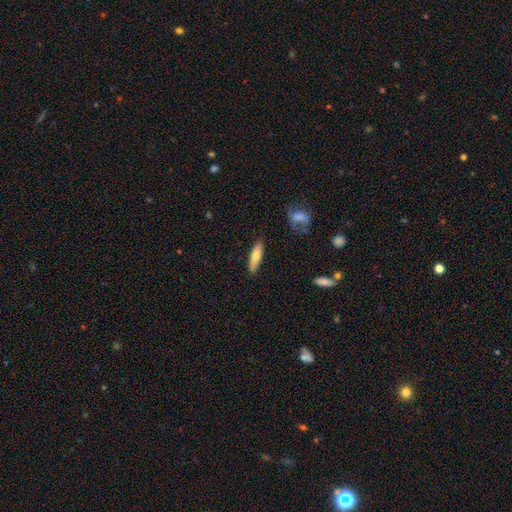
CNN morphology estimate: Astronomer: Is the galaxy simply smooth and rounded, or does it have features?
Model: smooth — 70%.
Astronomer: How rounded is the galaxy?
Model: cigar-shaped — 62%.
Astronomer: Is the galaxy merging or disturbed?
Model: none — 86%.